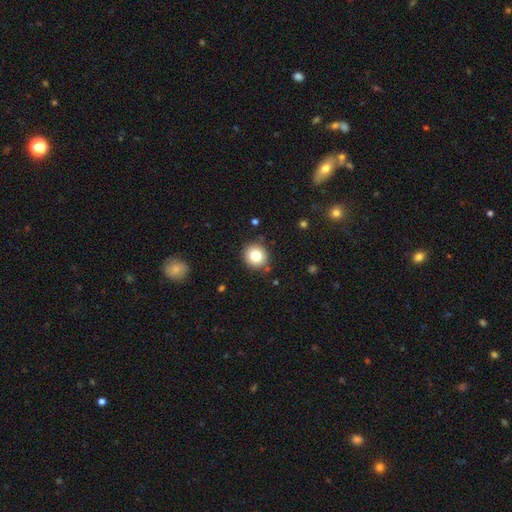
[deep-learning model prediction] smooth-or-featured: smooth: 80% | star or artifact: 11% | featured or disk: 10%
  how-rounded: round: 89% | in between: 10% | cigar-shaped: 1%
  merging: none: 88% | minor disturbance: 8% | major disturbance: 2% | merger: 2%